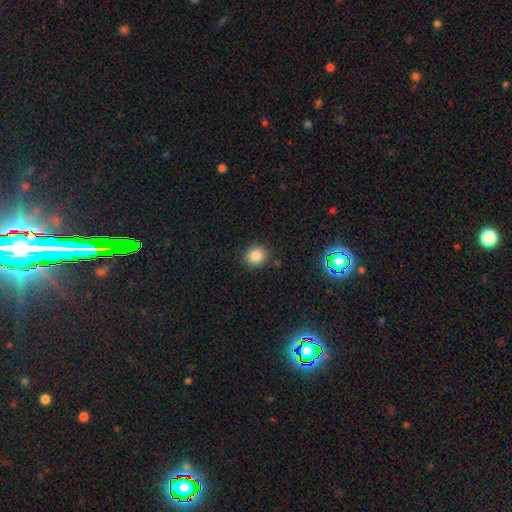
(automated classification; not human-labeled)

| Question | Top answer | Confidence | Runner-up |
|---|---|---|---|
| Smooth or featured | smooth | 84% | star or artifact (11%) |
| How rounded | round | 75% | in between (25%) |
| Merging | none | 87% | minor disturbance (9%) |